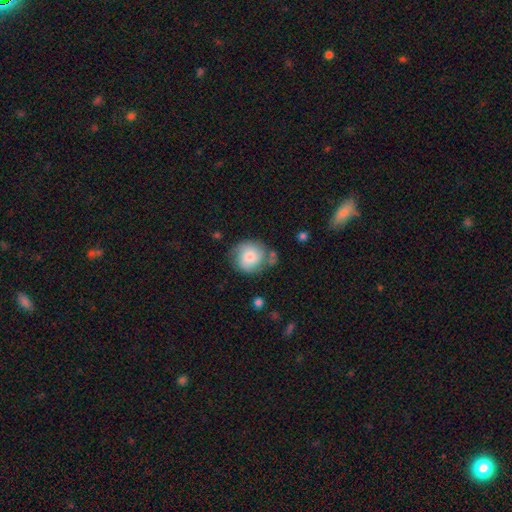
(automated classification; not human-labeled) Q: Smooth or featured?
A: smooth (67%); runner-up: featured or disk (26%)
Q: How rounded?
A: round (84%); runner-up: in between (15%)
Q: Merging?
A: none (60%); runner-up: minor disturbance (24%)